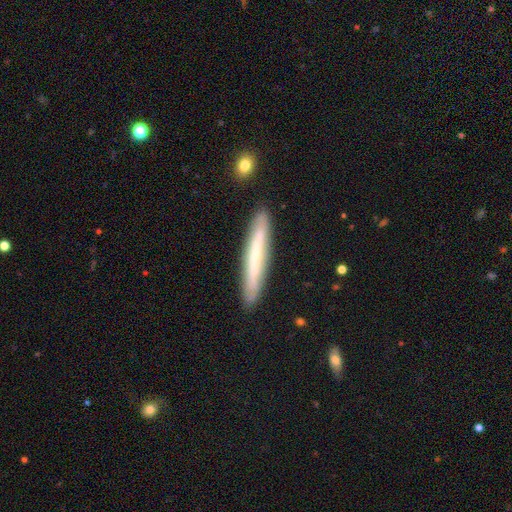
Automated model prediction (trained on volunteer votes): Smooth or featured? Predicted: smooth (p=0.52). How rounded? Predicted: cigar-shaped (p=0.95). Merging? Predicted: none (p=0.88).